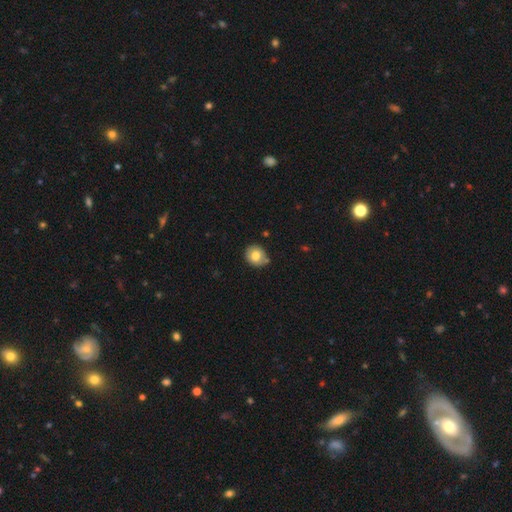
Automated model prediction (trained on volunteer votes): smooth-or-featured: smooth: 77% | featured or disk: 15% | star or artifact: 9%
  how-rounded: round: 71% | in between: 28% | cigar-shaped: 1%
  merging: none: 68% | minor disturbance: 24% | merger: 4% | major disturbance: 4%